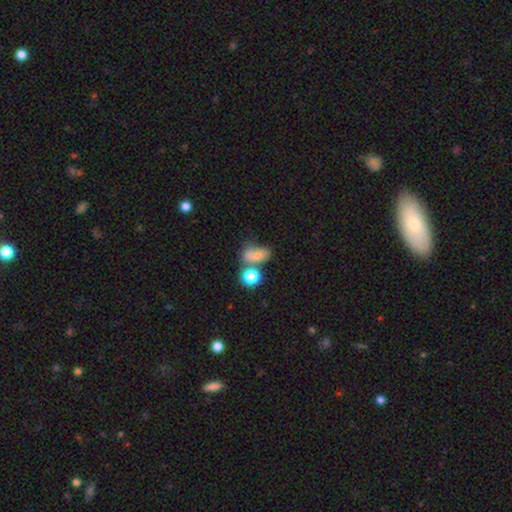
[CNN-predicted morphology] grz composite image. It shows a smooth galaxy with no disk features (67%) that is in between round and cigar-shaped (67%). Merging: merger (39%).